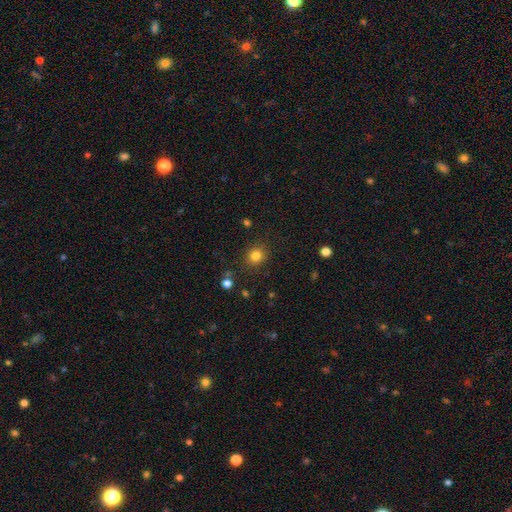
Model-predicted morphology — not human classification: Q: Smooth or featured?
A: smooth (82%); runner-up: star or artifact (13%)
Q: How rounded?
A: round (78%); runner-up: in between (21%)
Q: Merging?
A: none (86%); runner-up: minor disturbance (9%)